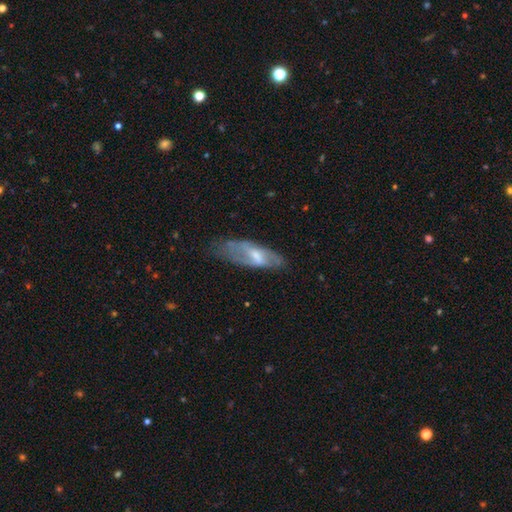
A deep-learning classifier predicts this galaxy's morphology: Smooth or featured?
  - featured or disk: 57% *
  - smooth: 36%
  - star or artifact: 7%
Edge-on disk?
  - no: 77% *
  - yes: 23%
Merging?
  - none: 54% *
  - minor disturbance: 29%
  - major disturbance: 15%
  - merger: 2%